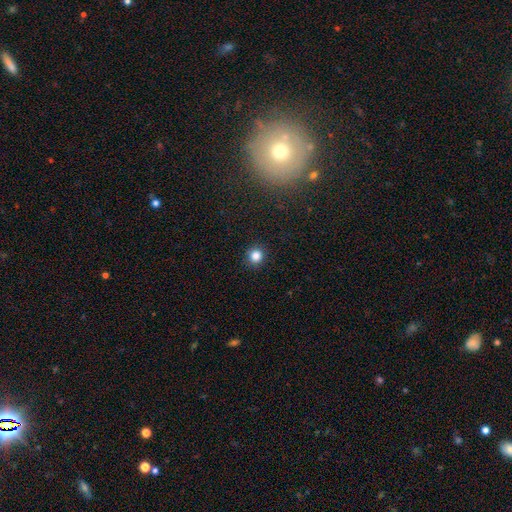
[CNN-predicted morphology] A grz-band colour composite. It shows a smooth galaxy with no disk features (84%) that is round (91%). Merging: none (90%).